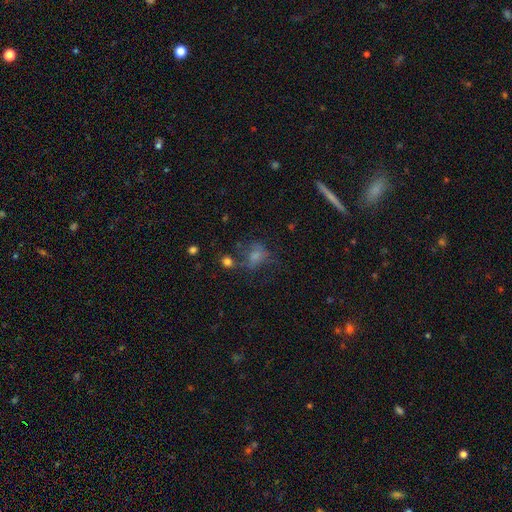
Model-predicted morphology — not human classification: smooth-or-featured: smooth: 60% | featured or disk: 22% | star or artifact: 18%
  how-rounded: in between: 53% | round: 46% | cigar-shaped: 2%
  merging: none: 39% | major disturbance: 30% | minor disturbance: 22% | merger: 10%